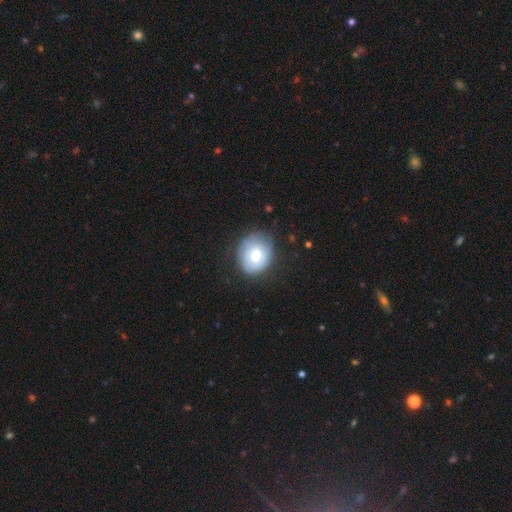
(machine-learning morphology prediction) Smooth or featured? smooth (58%)
How rounded? round (66%)
Merging? none (72%)